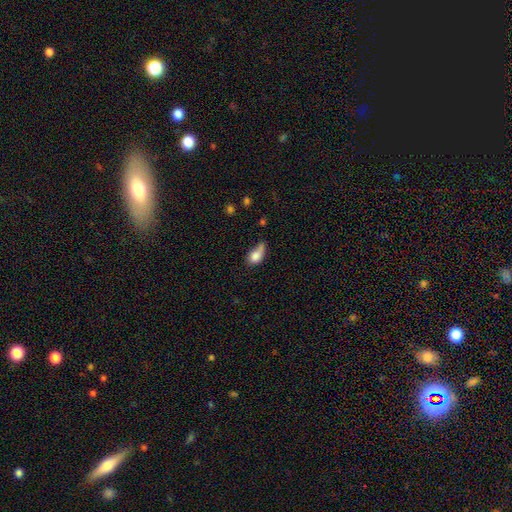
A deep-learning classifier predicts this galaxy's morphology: Smooth or featured? smooth (78%)
How rounded? in between (76%)
Merging? minor disturbance (33%)